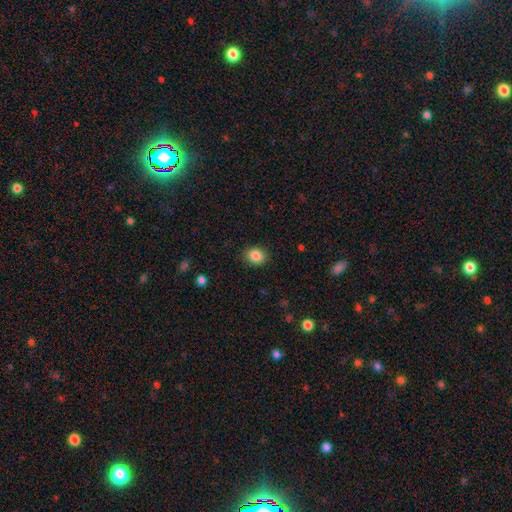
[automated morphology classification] smooth_or_featured: smooth (p=0.86) [alt: star or artifact p=0.09]
how_rounded: round (p=0.59) [alt: in between p=0.40]
merging: none (p=0.88) [alt: minor disturbance p=0.09]